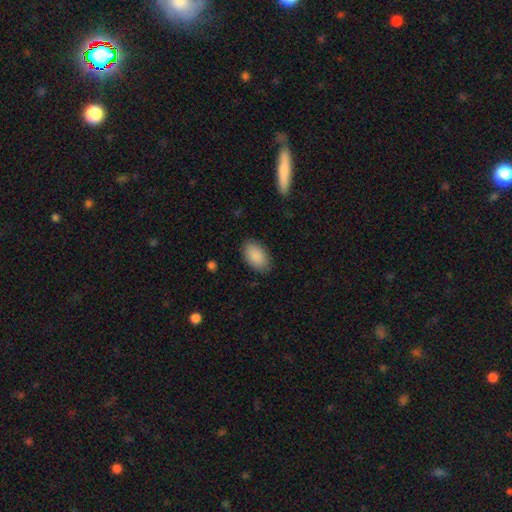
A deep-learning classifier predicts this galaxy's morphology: smooth-or-featured: smooth: 90% | star or artifact: 6% | featured or disk: 4%
  how-rounded: in between: 94% | round: 4% | cigar-shaped: 2%
  merging: none: 86% | minor disturbance: 10% | major disturbance: 3% | merger: 1%